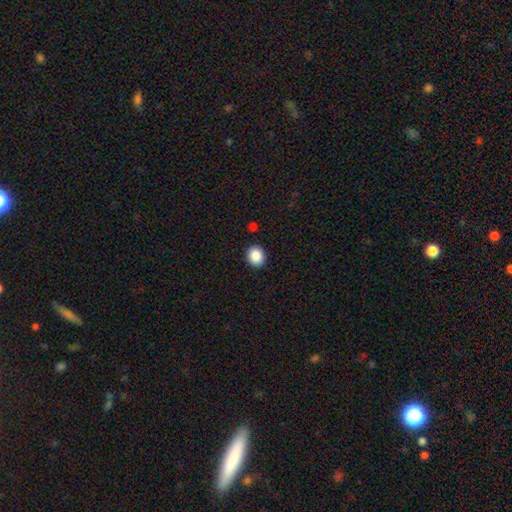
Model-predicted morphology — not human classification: smooth 88%, star or artifact 8%, featured or disk 3%. Down the decision tree: how rounded — round (74%); merging — none (90%).